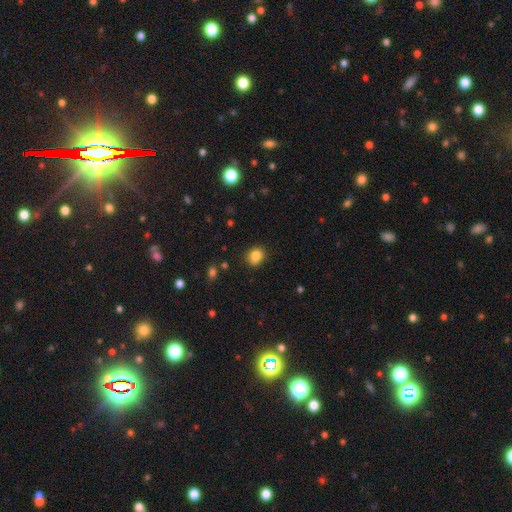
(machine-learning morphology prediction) A smooth galaxy with no disk features (85%) that is round (65%).

Vote fractions:
- Smooth or featured? smooth: 85% / star or artifact: 10% / featured or disk: 5%
- How rounded? round: 65% / in between: 34% / cigar-shaped: 1%
- Merging? none: 85% / minor disturbance: 11% / major disturbance: 3% / merger: 1%